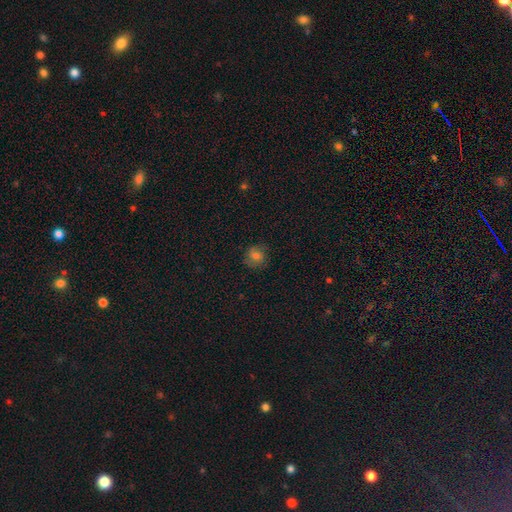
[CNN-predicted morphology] A smooth galaxy with no disk features (61%) that is round (82%).

Vote fractions:
- Smooth or featured? smooth: 61% / featured or disk: 25% / star or artifact: 13%
- How rounded? round: 82% / in between: 17% / cigar-shaped: 1%
- Merging? none: 77% / minor disturbance: 16% / major disturbance: 6% / merger: 1%